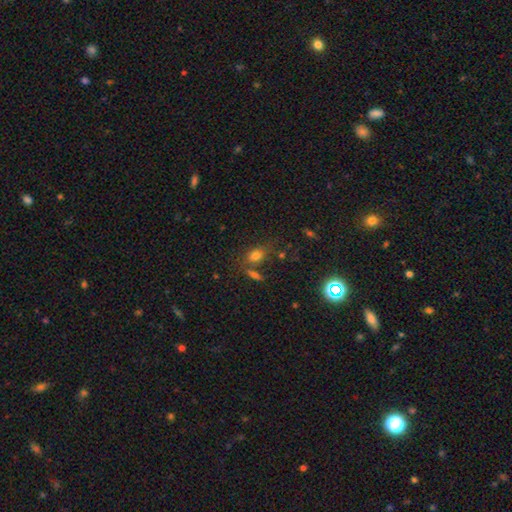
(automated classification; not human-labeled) Smooth or featured: smooth — 76% (star or artifact — 15%)
How rounded: in between — 66% (round — 31%)
Merging: none — 61% (merger — 17%)